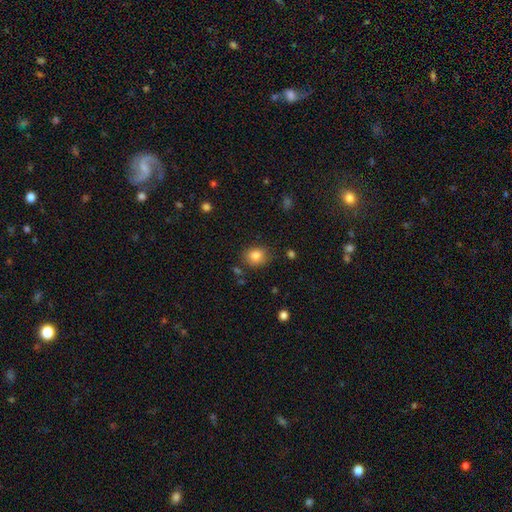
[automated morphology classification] Smooth or featured: smooth — 83% (star or artifact — 10%)
How rounded: round — 64% (in between — 35%)
Merging: none — 80% (minor disturbance — 14%)